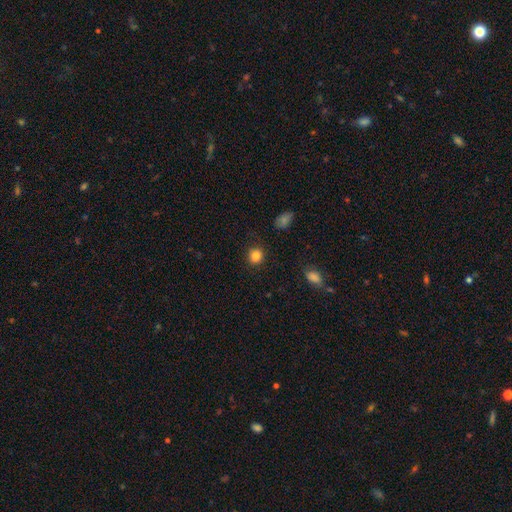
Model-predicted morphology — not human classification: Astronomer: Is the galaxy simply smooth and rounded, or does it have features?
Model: smooth — 85%.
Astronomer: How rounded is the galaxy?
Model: round — 83%.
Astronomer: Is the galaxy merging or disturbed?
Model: none — 88%.